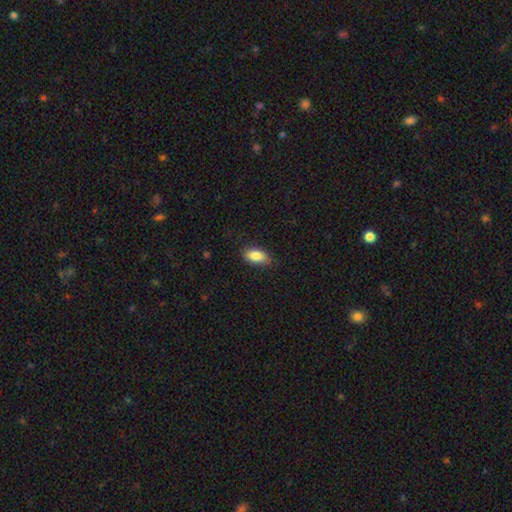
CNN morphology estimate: This appears to be a smooth galaxy with no disk features (85%) that is in between round and cigar-shaped (90%). Merging: none (80%).